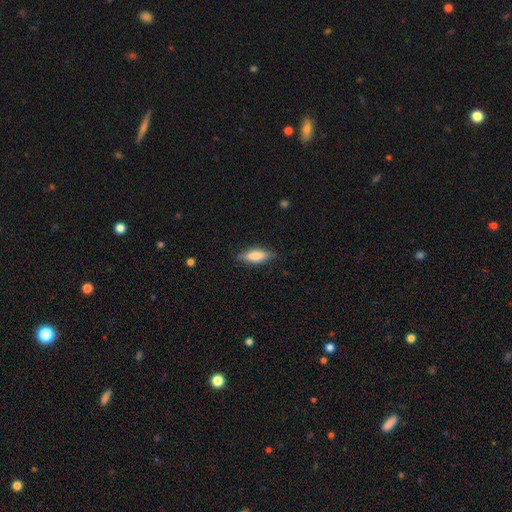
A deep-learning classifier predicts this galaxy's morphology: Q: Smooth or featured?
A: smooth (74%); runner-up: featured or disk (19%)
Q: How rounded?
A: in between (56%); runner-up: cigar-shaped (42%)
Q: Merging?
A: none (82%); runner-up: minor disturbance (14%)